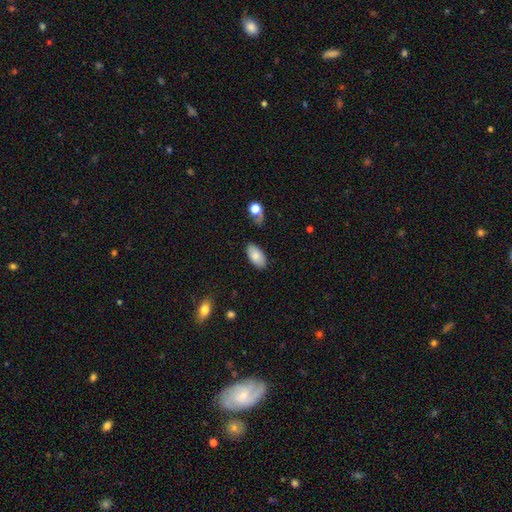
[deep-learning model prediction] Smooth or featured? Predicted: smooth (p=0.83). How rounded? Predicted: in between (p=0.94). Merging? Predicted: none (p=0.82).